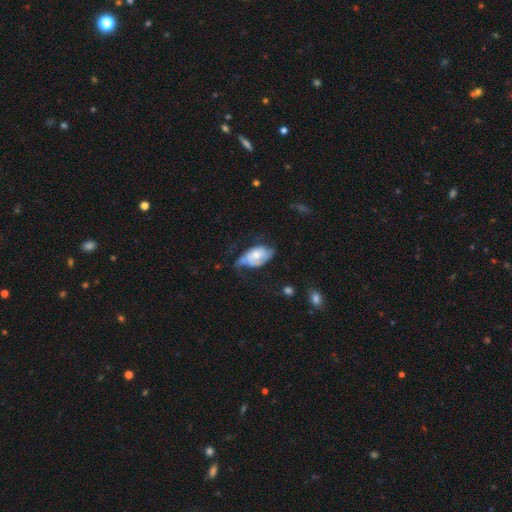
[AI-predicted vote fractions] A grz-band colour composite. It shows a smooth galaxy with no disk features (52%) that is in between round and cigar-shaped (92%). Merging: minor disturbance (37%).